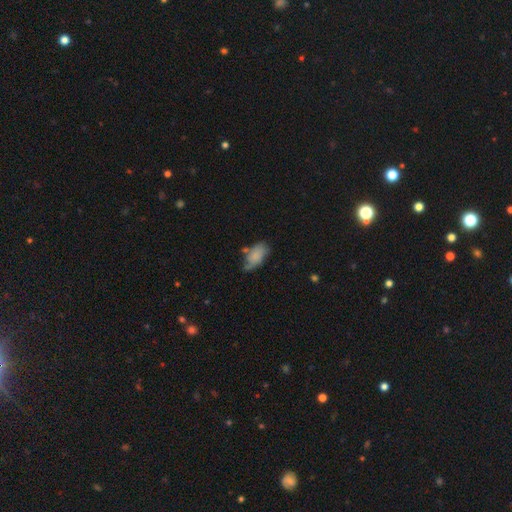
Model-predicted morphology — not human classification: Q: Smooth or featured?
A: smooth (77%); runner-up: featured or disk (15%)
Q: How rounded?
A: in between (91%); runner-up: cigar-shaped (5%)
Q: Merging?
A: none (44%); runner-up: minor disturbance (35%)